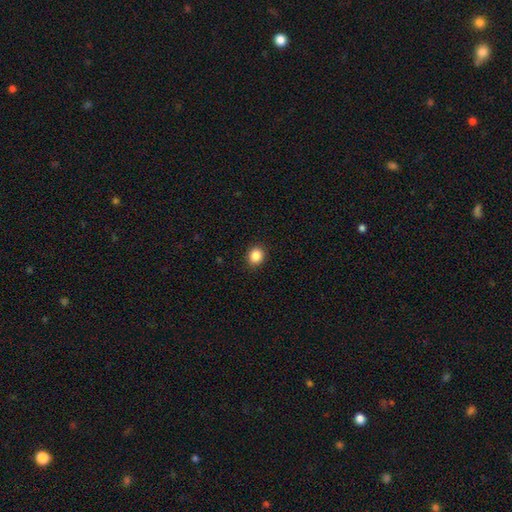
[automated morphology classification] Q: Smooth or featured?
A: smooth (87%); runner-up: star or artifact (10%)
Q: How rounded?
A: round (70%); runner-up: in between (29%)
Q: Merging?
A: none (91%); runner-up: minor disturbance (6%)